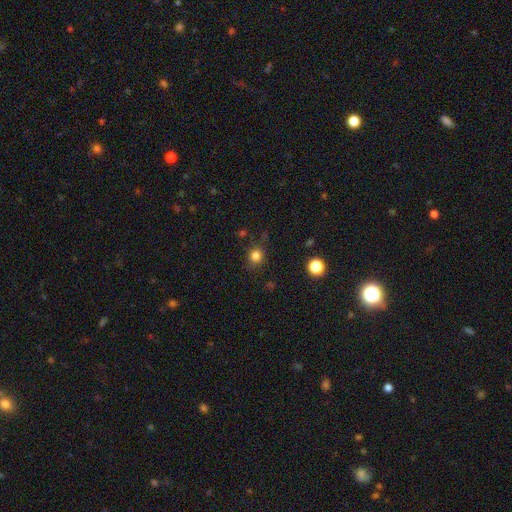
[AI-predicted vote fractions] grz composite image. It shows a smooth galaxy with no disk features (81%) that is round (84%). Merging: none (82%).